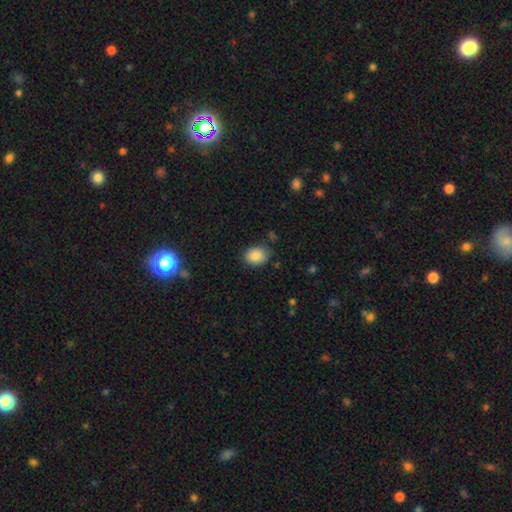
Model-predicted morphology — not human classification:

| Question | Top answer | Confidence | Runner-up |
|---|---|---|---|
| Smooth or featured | smooth | 88% | star or artifact (8%) |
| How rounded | in between | 63% | round (36%) |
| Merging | none | 78% | minor disturbance (16%) |